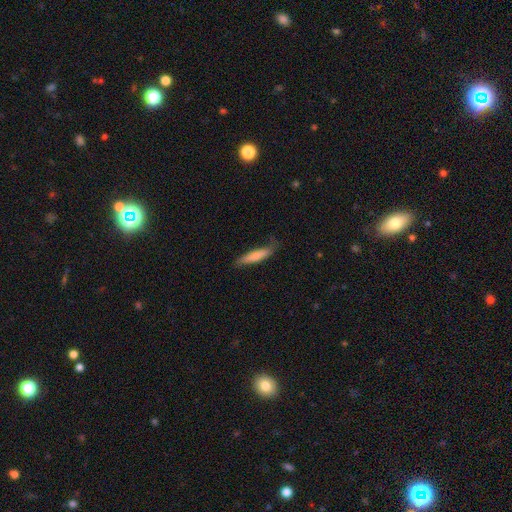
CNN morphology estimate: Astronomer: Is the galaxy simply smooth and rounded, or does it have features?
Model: smooth — 74%.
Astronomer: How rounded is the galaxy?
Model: cigar-shaped — 84%.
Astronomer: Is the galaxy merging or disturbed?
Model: none — 68%.